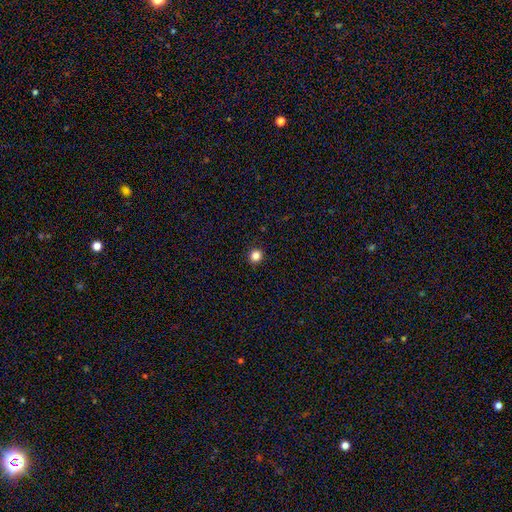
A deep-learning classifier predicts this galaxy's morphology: Smooth or featured? smooth (84%)
How rounded? round (89%)
Merging? none (92%)